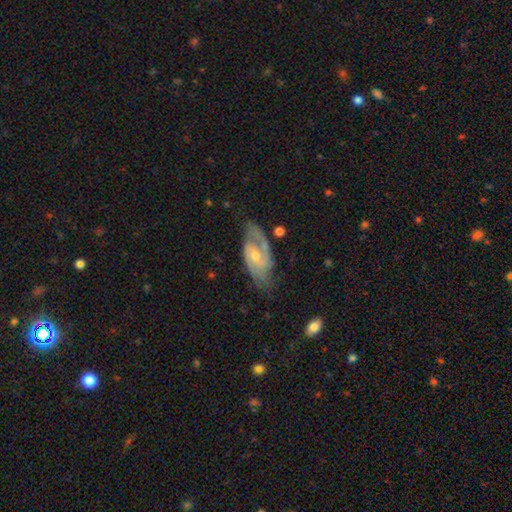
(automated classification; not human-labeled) Overall: featured or disk (86%). Edge-on disk: no (95%). Bar: no (50%; weak 42%). Spiral arms: yes (96%). Spiral arm count: 2 (79%). Spiral winding: medium (47%; tight 40%). Bulge size: small (52%; moderate 43%). Merging: none (66%).